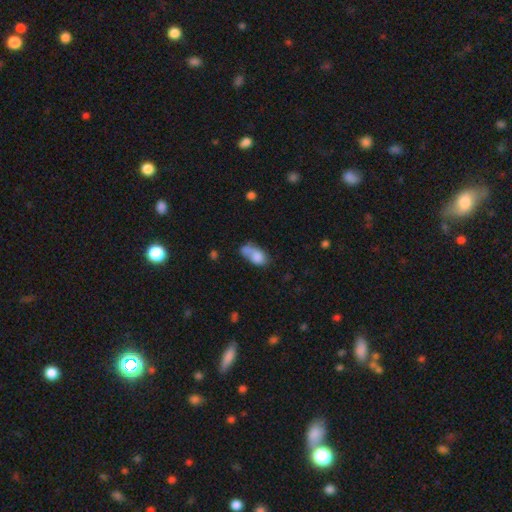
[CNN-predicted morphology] A smooth galaxy with no disk features (75%) that is in between round and cigar-shaped (83%). Merging: merger (41%).